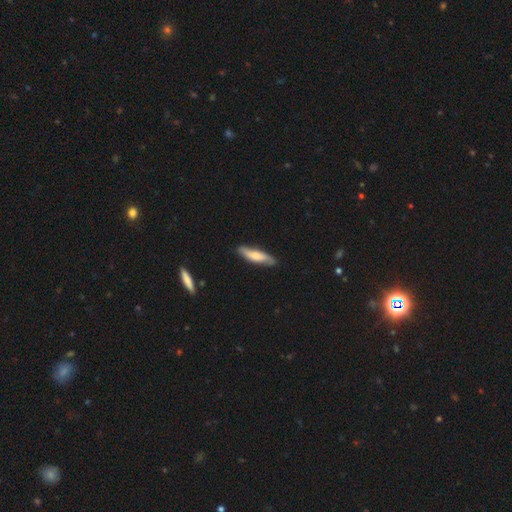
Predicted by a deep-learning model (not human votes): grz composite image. It shows a smooth galaxy with no disk features (57%) that is cigar-shaped (70%). Merging: none (81%).